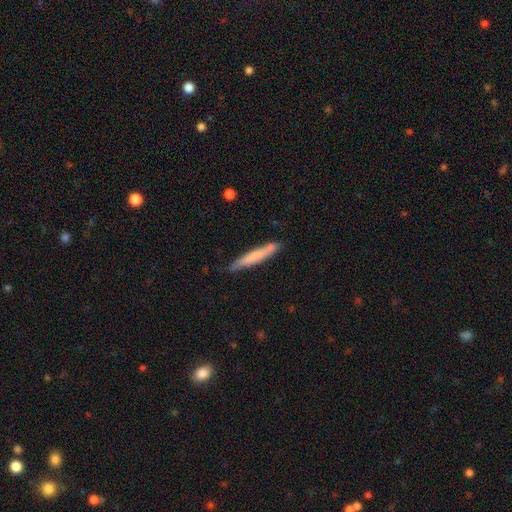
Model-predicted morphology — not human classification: A smooth galaxy with no disk features (70%) that is cigar-shaped (95%). Merging: none (82%).